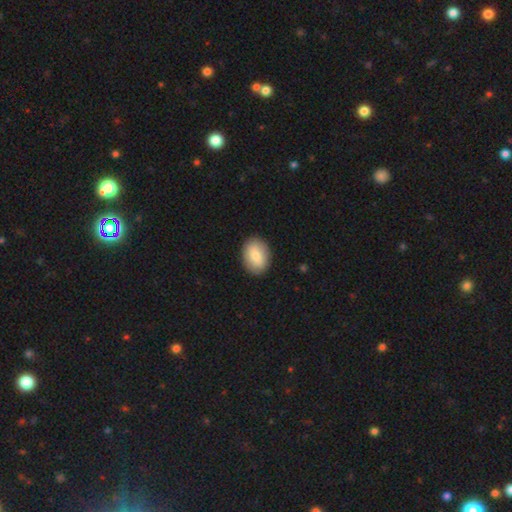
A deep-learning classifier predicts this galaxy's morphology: smooth 80%, featured or disk 14%, star or artifact 6%. Down the decision tree: how rounded — in between (77%); merging — none (89%).